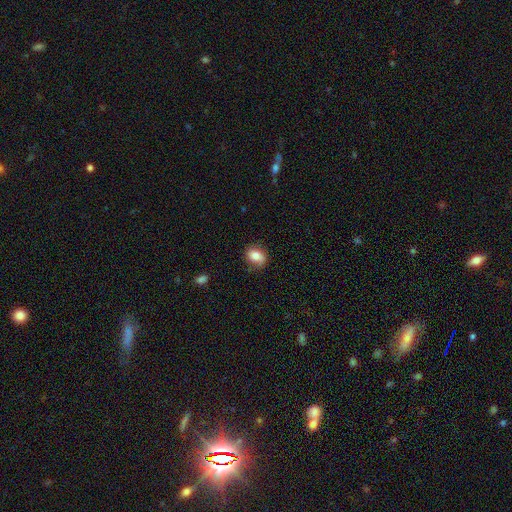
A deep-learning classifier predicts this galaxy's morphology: Smooth or featured? smooth (74%)
How rounded? in between (57%)
Merging? none (71%)